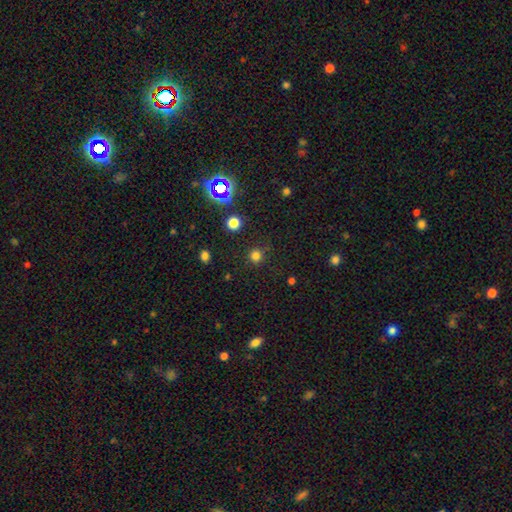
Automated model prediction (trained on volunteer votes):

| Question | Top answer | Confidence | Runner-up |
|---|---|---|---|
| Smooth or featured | smooth | 75% | star or artifact (21%) |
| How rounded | round | 94% | in between (5%) |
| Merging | none | 86% | minor disturbance (8%) |